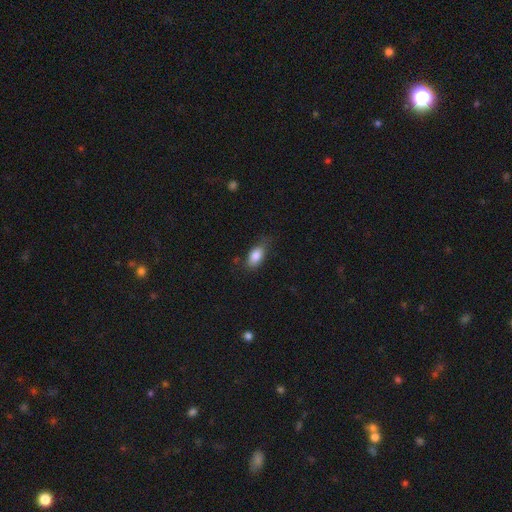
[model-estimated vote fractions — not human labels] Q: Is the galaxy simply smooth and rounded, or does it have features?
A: smooth — 83%.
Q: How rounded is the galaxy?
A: in between — 88%.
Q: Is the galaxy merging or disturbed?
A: none — 70%.